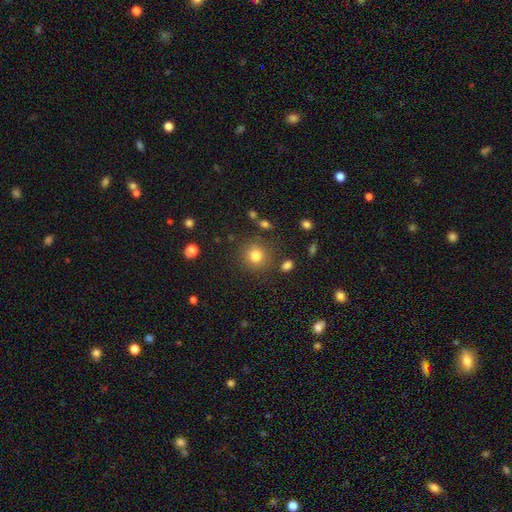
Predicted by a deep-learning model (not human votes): Smooth or featured: smooth — 81% (star or artifact — 12%)
How rounded: round — 89% (in between — 10%)
Merging: none — 82% (minor disturbance — 9%)